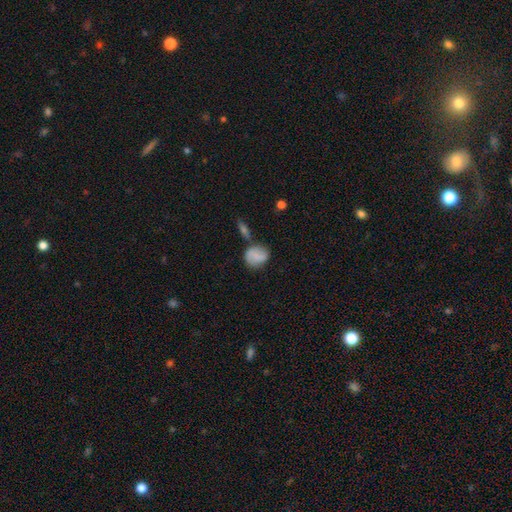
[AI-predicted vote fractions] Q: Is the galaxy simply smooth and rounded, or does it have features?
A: smooth — 69%.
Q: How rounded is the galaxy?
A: round — 58%.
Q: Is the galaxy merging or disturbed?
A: none — 57%.